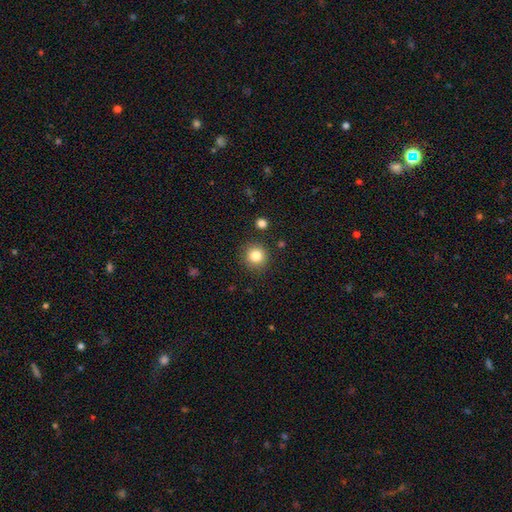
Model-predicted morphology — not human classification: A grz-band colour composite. It shows a smooth galaxy with no disk features (83%) that is round (93%). Merging: none (88%).